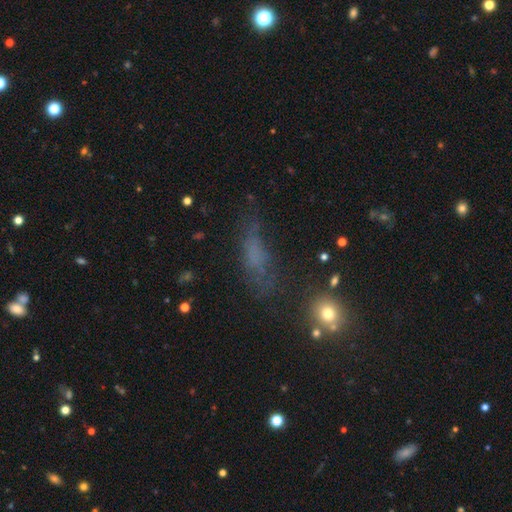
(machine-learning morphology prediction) This appears to be a smooth galaxy with no disk features (51%) that is in between round and cigar-shaped (49%). Merging: none (49%).